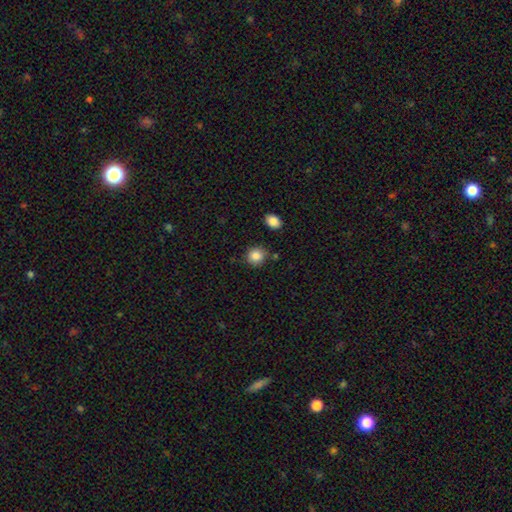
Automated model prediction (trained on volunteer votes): smooth_or_featured: smooth (p=0.86) [alt: star or artifact p=0.09]
how_rounded: round (p=0.87) [alt: in between p=0.12]
merging: none (p=0.82) [alt: minor disturbance p=0.10]